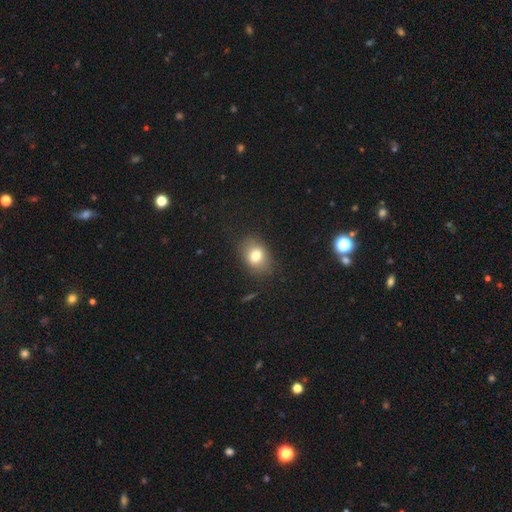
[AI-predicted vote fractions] A smooth galaxy with no disk features (77%) that is in between round and cigar-shaped (68%).

Vote fractions:
- Smooth or featured? smooth: 77% / featured or disk: 12% / star or artifact: 10%
- How rounded? in between: 68% / round: 30% / cigar-shaped: 1%
- Merging? none: 77% / minor disturbance: 16% / major disturbance: 5% / merger: 2%